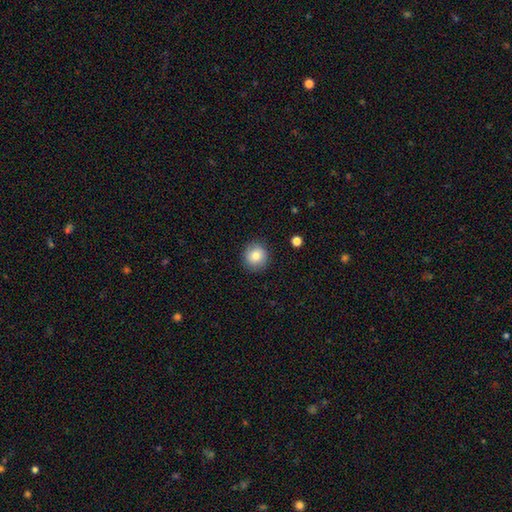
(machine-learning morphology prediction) Smooth or featured? smooth (81%)
How rounded? round (91%)
Merging? none (89%)